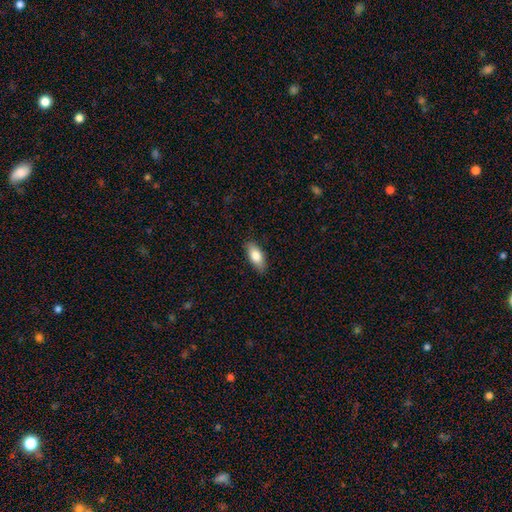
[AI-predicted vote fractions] Smooth or featured: smooth — 80% (featured or disk — 14%)
How rounded: in between — 82% (cigar-shaped — 15%)
Merging: none — 86% (minor disturbance — 11%)